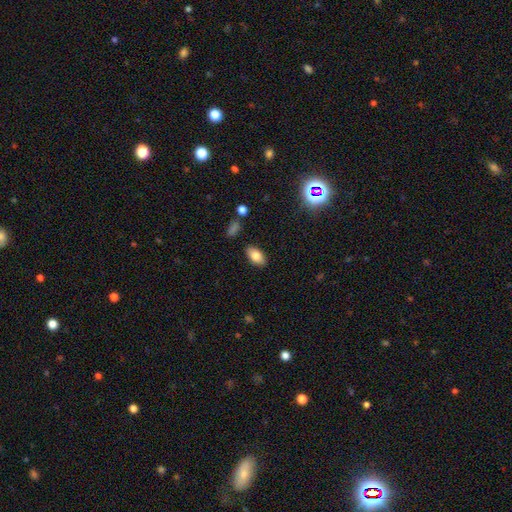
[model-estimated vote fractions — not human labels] smooth 80%, featured or disk 11%, star or artifact 9%. Down the decision tree: how rounded — in between (92%); merging — none (87%).